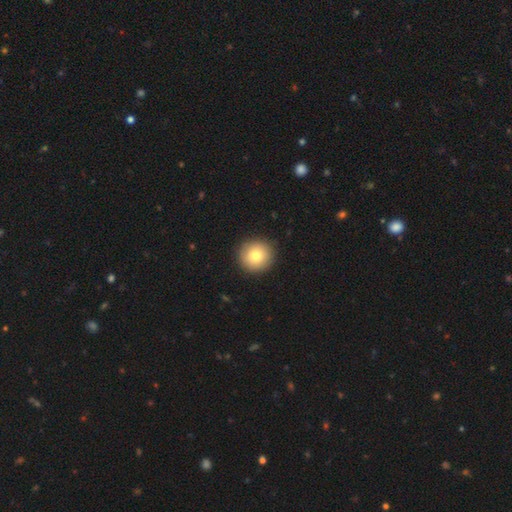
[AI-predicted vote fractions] Overall: smooth (80%). How rounded: round (94%). Merging: none (92%).